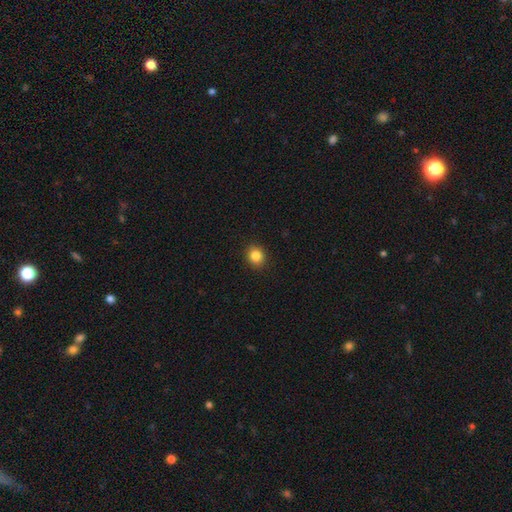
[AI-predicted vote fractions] Q: Smooth or featured?
A: smooth (84%); runner-up: star or artifact (11%)
Q: How rounded?
A: round (82%); runner-up: in between (17%)
Q: Merging?
A: none (92%); runner-up: minor disturbance (6%)